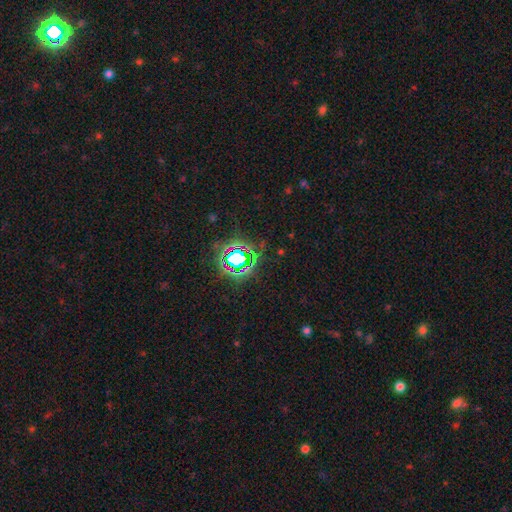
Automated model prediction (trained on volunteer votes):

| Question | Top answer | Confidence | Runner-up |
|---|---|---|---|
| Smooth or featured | star or artifact | 80% | smooth (12%) |